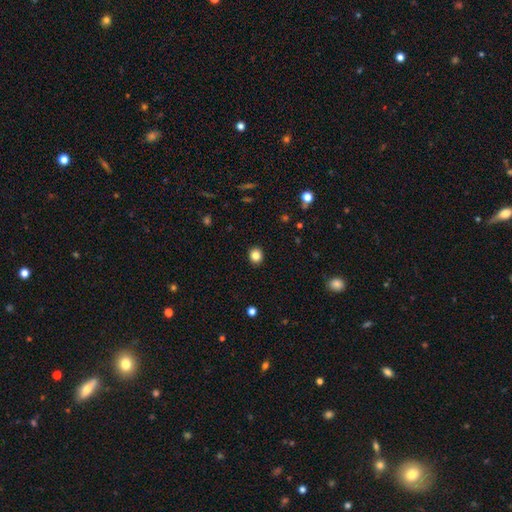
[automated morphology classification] A smooth galaxy with no disk features (85%) that is round (80%). Merging: none (92%).